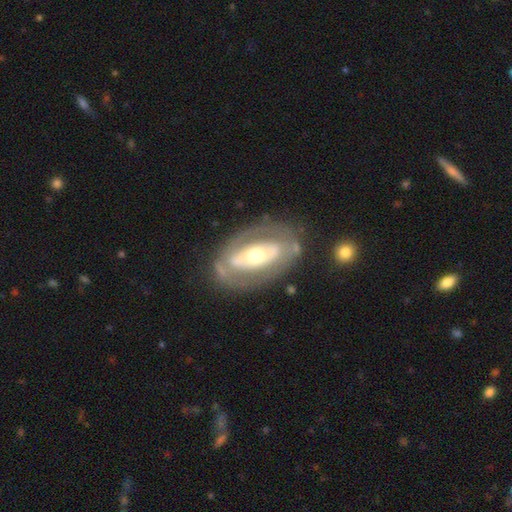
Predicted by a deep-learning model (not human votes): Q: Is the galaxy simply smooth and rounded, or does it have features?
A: featured or disk — 70%.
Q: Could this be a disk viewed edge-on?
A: no — 91%.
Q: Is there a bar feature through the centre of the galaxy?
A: no — 59%.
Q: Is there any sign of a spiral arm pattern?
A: no — 69%.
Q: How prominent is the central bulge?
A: moderate — 65%.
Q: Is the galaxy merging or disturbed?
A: none — 73%.